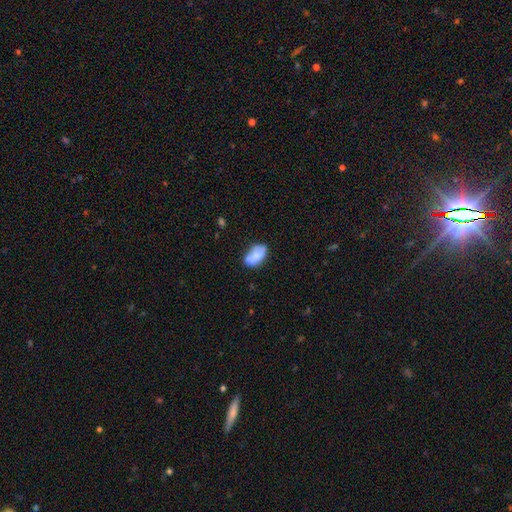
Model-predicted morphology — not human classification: Q: Smooth or featured?
A: smooth (69%); runner-up: featured or disk (23%)
Q: How rounded?
A: in between (92%); runner-up: round (6%)
Q: Merging?
A: none (51%); runner-up: minor disturbance (28%)